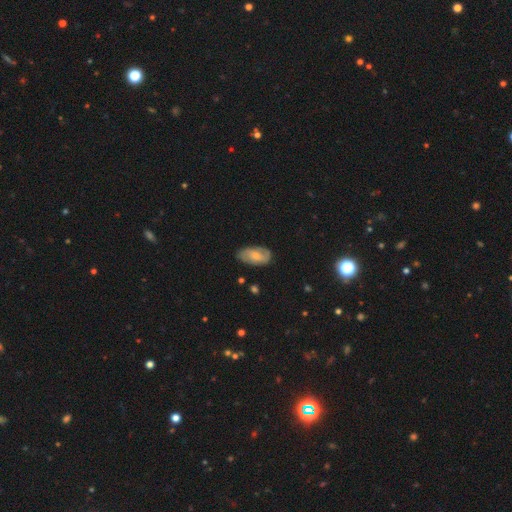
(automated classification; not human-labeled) Q: Smooth or featured?
A: smooth (49%); runner-up: featured or disk (45%)
Q: Merging?
A: none (71%); runner-up: minor disturbance (22%)